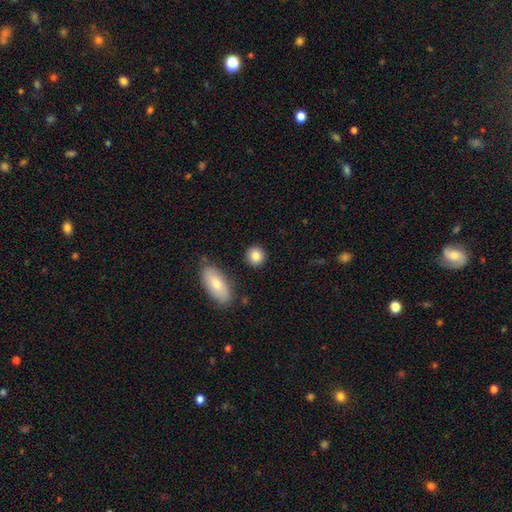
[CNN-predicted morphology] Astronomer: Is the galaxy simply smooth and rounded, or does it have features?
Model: smooth — 85%.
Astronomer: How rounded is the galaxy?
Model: round — 84%.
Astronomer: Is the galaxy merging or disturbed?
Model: none — 87%.